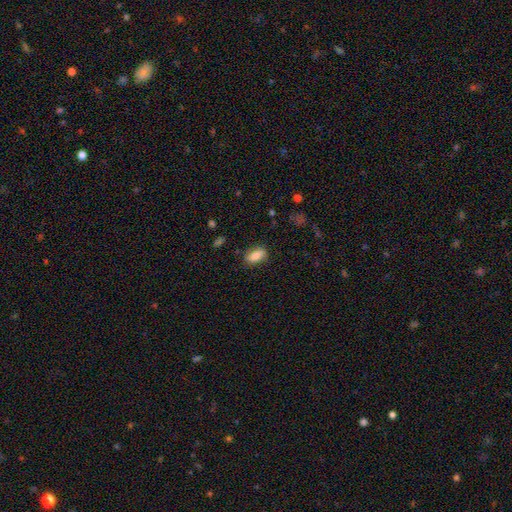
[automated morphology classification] Smooth or featured: smooth — 77% (featured or disk — 15%)
How rounded: in between — 85% (cigar-shaped — 9%)
Merging: none — 81% (minor disturbance — 14%)